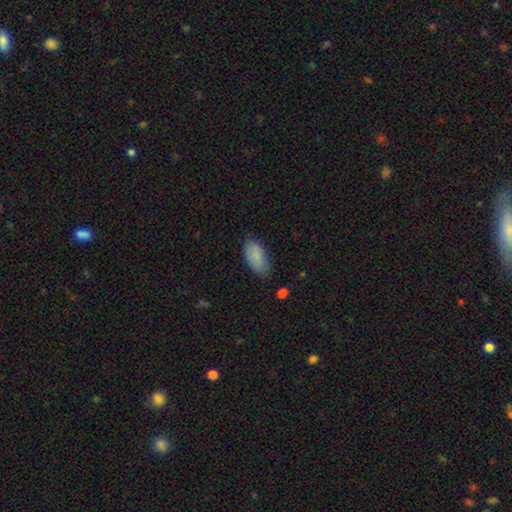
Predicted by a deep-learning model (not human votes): This is clearly a smooth galaxy (87%). How rounded: clearly in between (92%). Merging: likely none (71%).